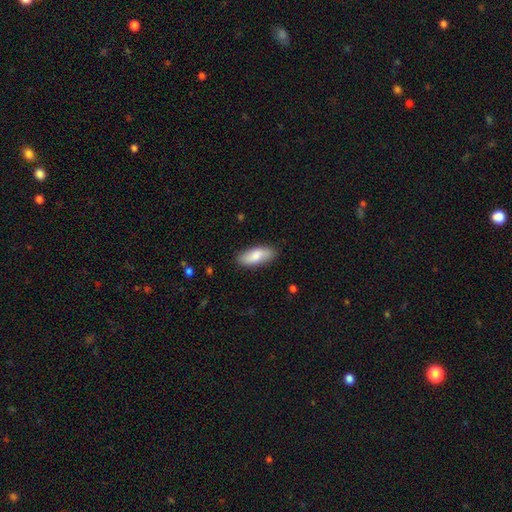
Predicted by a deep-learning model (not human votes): Q: Smooth or featured?
A: smooth (82%); runner-up: featured or disk (13%)
Q: How rounded?
A: in between (81%); runner-up: cigar-shaped (17%)
Q: Merging?
A: none (86%); runner-up: minor disturbance (11%)